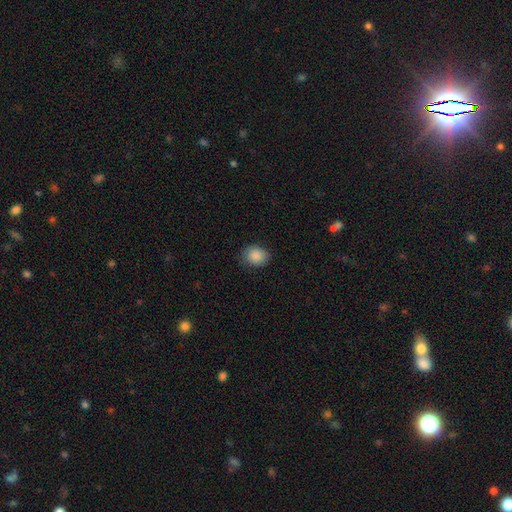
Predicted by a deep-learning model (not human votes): A smooth galaxy with no disk features (88%) that is round (54%).

Vote fractions:
- Smooth or featured? smooth: 88% / star or artifact: 8% / featured or disk: 4%
- How rounded? round: 54% / in between: 45% / cigar-shaped: 1%
- Merging? none: 82% / minor disturbance: 14% / major disturbance: 3% / merger: 1%